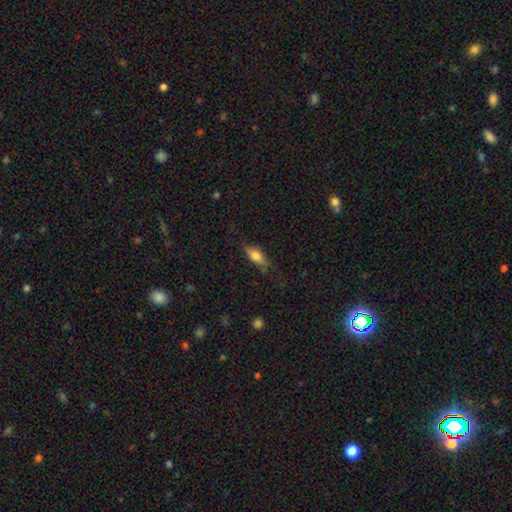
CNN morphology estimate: Smooth or featured?
  - smooth: 70% *
  - featured or disk: 22%
  - star or artifact: 7%
How rounded?
  - in between: 71% *
  - cigar-shaped: 25%
  - round: 4%
Merging?
  - none: 73% *
  - minor disturbance: 20%
  - major disturbance: 5%
  - merger: 1%